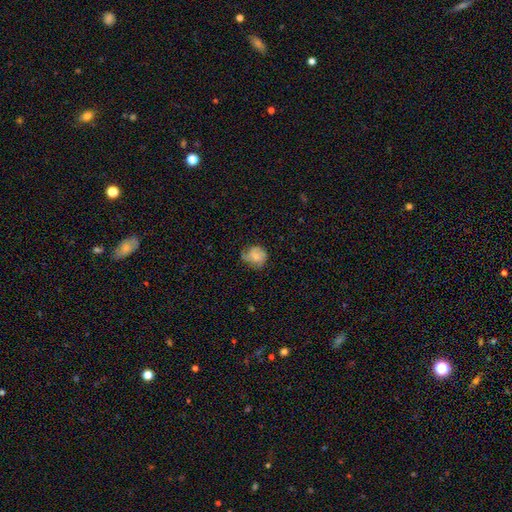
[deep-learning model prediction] Overall: smooth (64%; featured or disk 27%). How rounded: round (73%). Merging: none (50%; minor disturbance 34%).